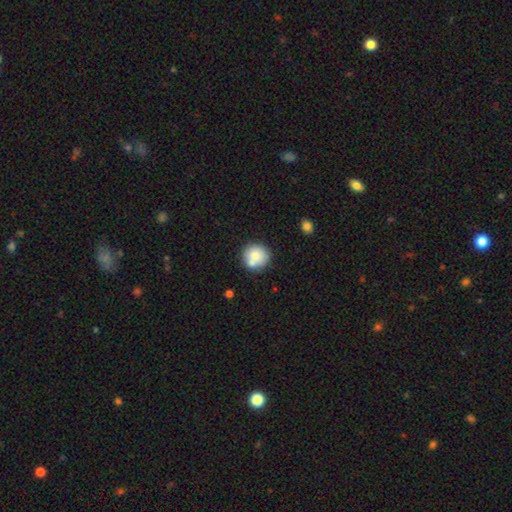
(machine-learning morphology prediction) Smooth or featured: smooth — 77% (featured or disk — 14%)
How rounded: round — 92% (in between — 7%)
Merging: none — 70% (merger — 17%)